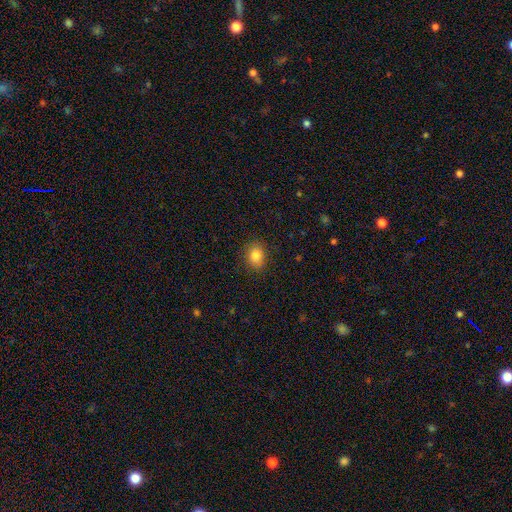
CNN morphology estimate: This appears to be a smooth galaxy with no disk features (83%) that is in between round and cigar-shaped (50%). Merging: none (86%).